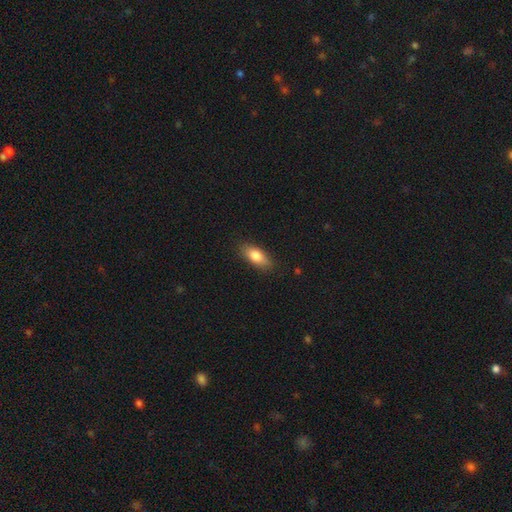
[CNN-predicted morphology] Overall: smooth (80%). How rounded: in between (82%). Merging: none (83%).